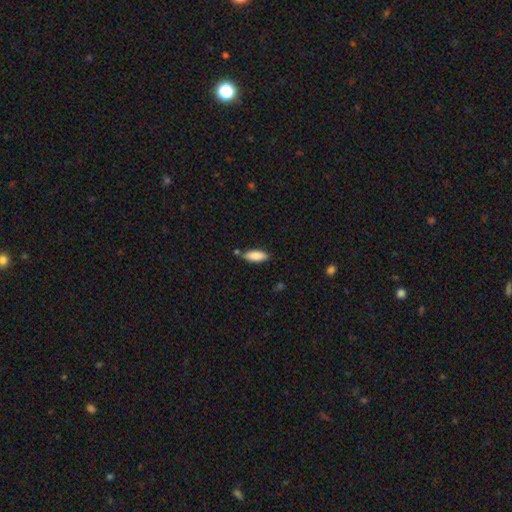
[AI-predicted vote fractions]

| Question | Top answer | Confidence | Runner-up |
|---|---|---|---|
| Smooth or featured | smooth | 86% | featured or disk (8%) |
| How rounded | in between | 75% | cigar-shaped (23%) |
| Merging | none | 76% | minor disturbance (15%) |